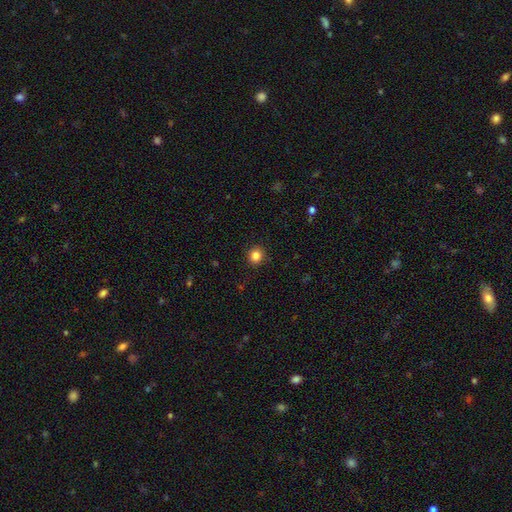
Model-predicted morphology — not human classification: Smooth or featured?
  - smooth: 84% *
  - star or artifact: 12%
  - featured or disk: 4%
How rounded?
  - round: 91% *
  - in between: 8%
  - cigar-shaped: 1%
Merging?
  - none: 91% *
  - minor disturbance: 6%
  - major disturbance: 2%
  - merger: 1%